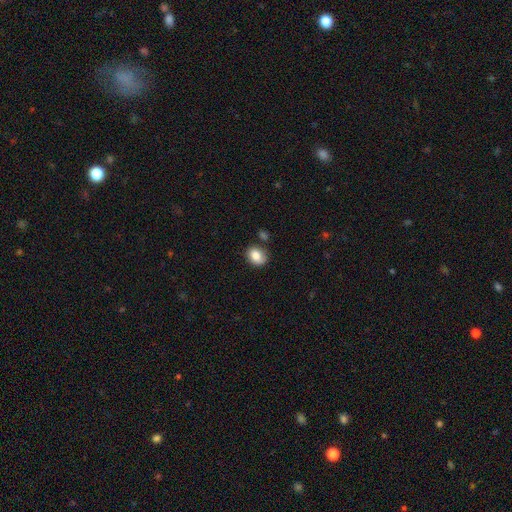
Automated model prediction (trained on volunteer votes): Morphology: type=smooth (83%); roundness=in between (54%); merging=none (72%).